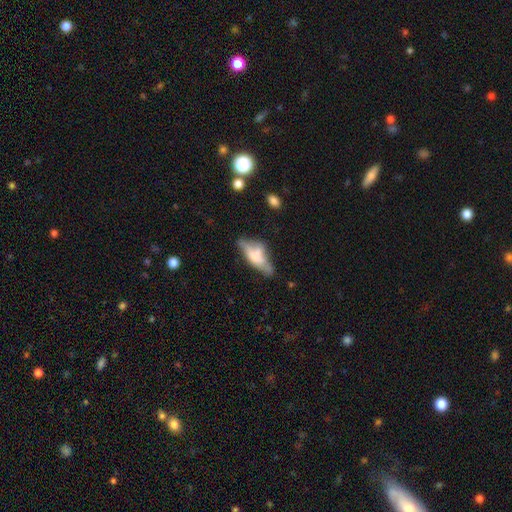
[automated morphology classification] Smooth or featured? smooth (47%)
Merging? none (42%)